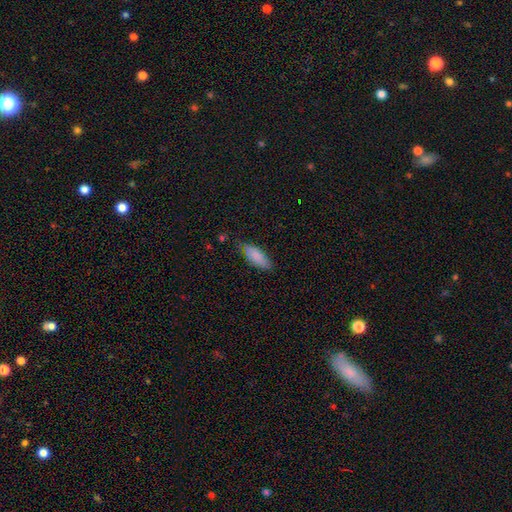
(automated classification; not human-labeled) Q: Smooth or featured?
A: smooth (86%); runner-up: featured or disk (7%)
Q: How rounded?
A: in between (76%); runner-up: cigar-shaped (22%)
Q: Merging?
A: none (75%); runner-up: minor disturbance (20%)